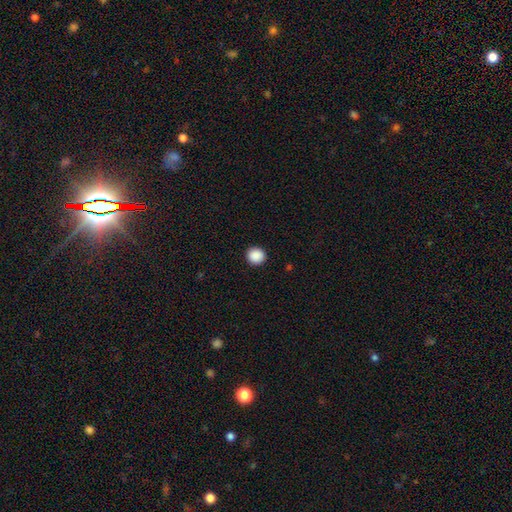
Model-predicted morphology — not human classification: Smooth or featured? Predicted: smooth (p=0.89). How rounded? Predicted: round (p=0.91). Merging? Predicted: none (p=0.92).